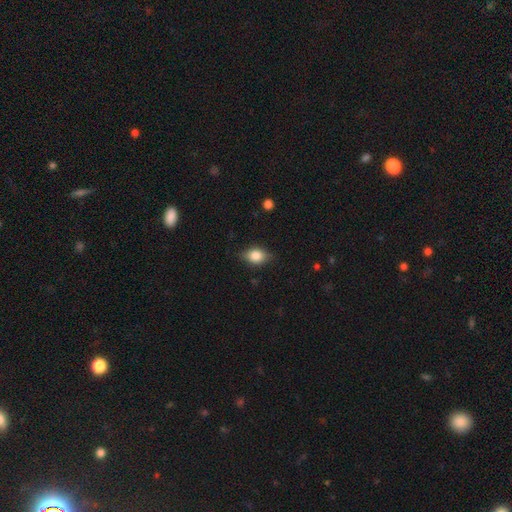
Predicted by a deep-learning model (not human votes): Smooth or featured: smooth — 78% (featured or disk — 13%)
How rounded: in between — 71% (round — 27%)
Merging: none — 78% (minor disturbance — 17%)